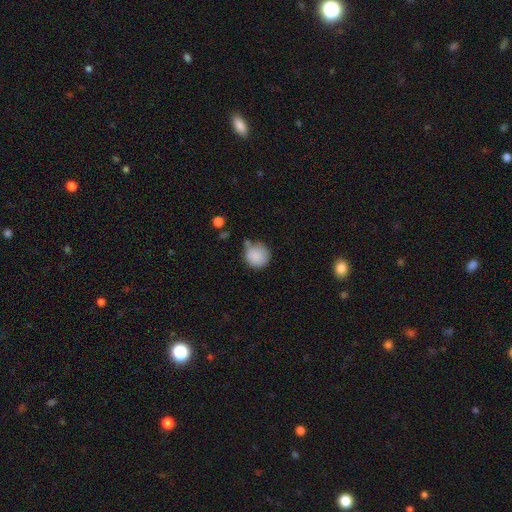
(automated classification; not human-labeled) A smooth galaxy with no disk features (87%) that is round (91%). Merging: none (61%).